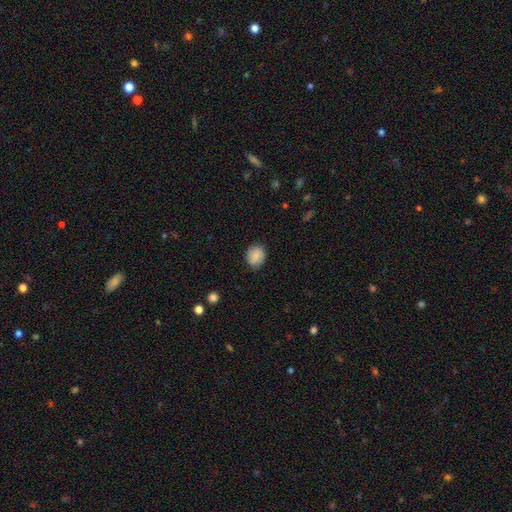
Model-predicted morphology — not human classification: type=smooth (75%); roundness=round (62%); merging=none (80%).